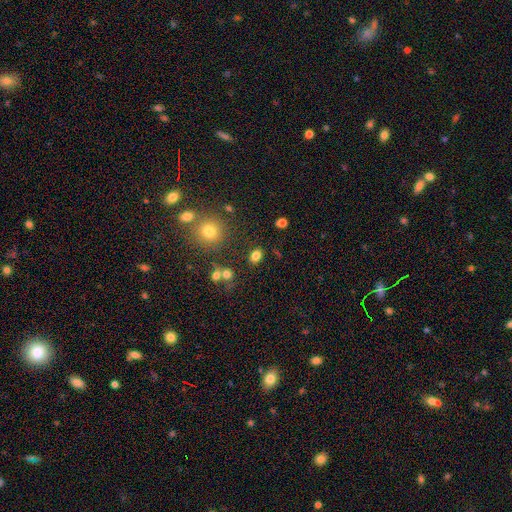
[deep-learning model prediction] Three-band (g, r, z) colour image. It shows a smooth galaxy with no disk features (81%) that is in between round and cigar-shaped (71%). Merging: none (80%).